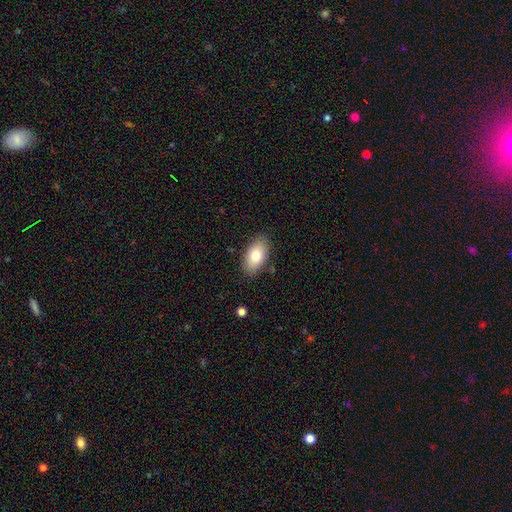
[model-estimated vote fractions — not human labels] The model was most divided on "smooth or featured": smooth: 78%, featured or disk: 15%, star or artifact: 7%. More confident: how rounded — in between (93%); merging — none (84%).